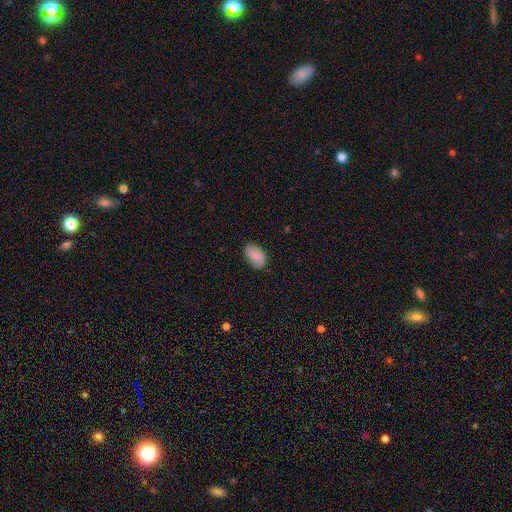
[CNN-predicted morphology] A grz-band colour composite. It shows a smooth galaxy with no disk features (81%) that is in between round and cigar-shaped (93%). Merging: none (80%).